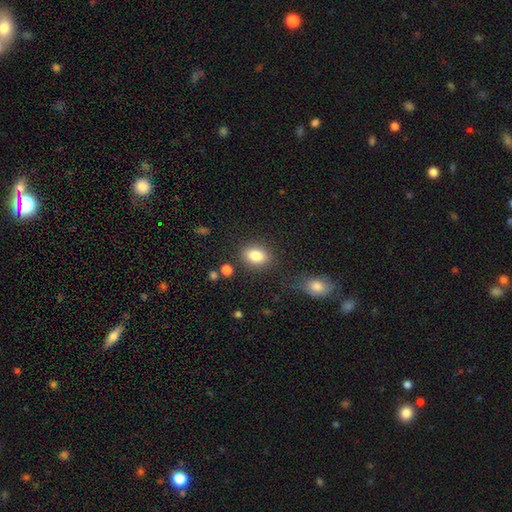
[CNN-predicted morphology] Q: Smooth or featured?
A: smooth (83%); runner-up: star or artifact (9%)
Q: How rounded?
A: in between (71%); runner-up: round (28%)
Q: Merging?
A: none (82%); runner-up: minor disturbance (11%)